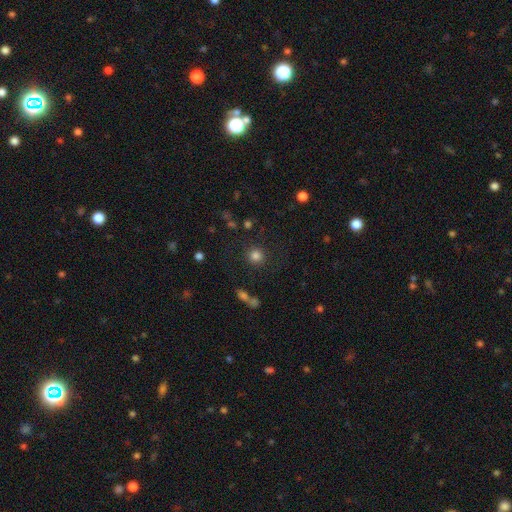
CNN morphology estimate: smooth 81%, star or artifact 13%, featured or disk 6%. Down the decision tree: how rounded — round (92%); merging — none (85%).